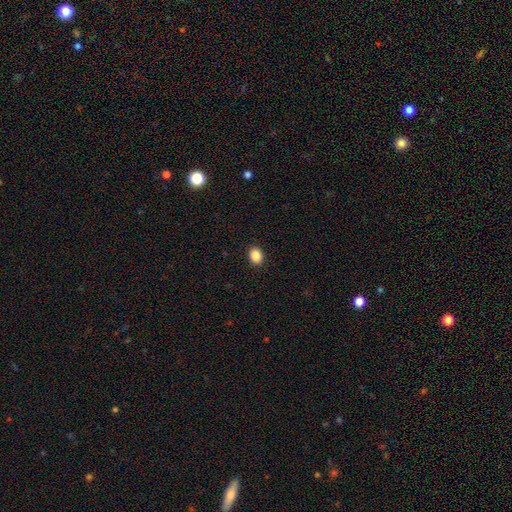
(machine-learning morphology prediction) Smooth or featured? Predicted: smooth (p=0.87). How rounded? Predicted: in between (p=0.53). Merging? Predicted: none (p=0.91).